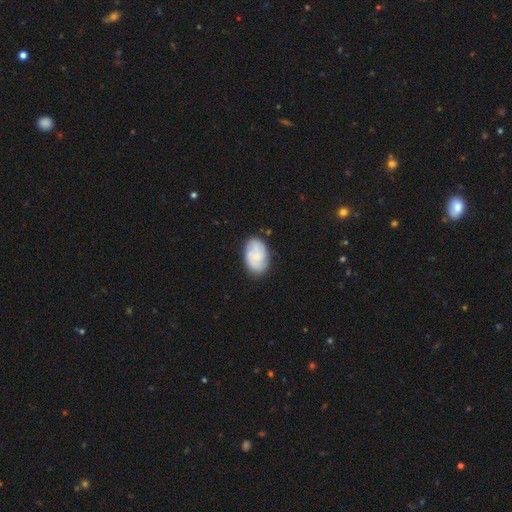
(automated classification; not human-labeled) A smooth galaxy with no disk features (58%) that is in between round and cigar-shaped (88%).

Vote fractions:
- Smooth or featured? smooth: 58% / featured or disk: 35% / star or artifact: 7%
- How rounded? in between: 88% / round: 11% / cigar-shaped: 1%
- Merging? none: 78% / minor disturbance: 16% / major disturbance: 4% / merger: 2%